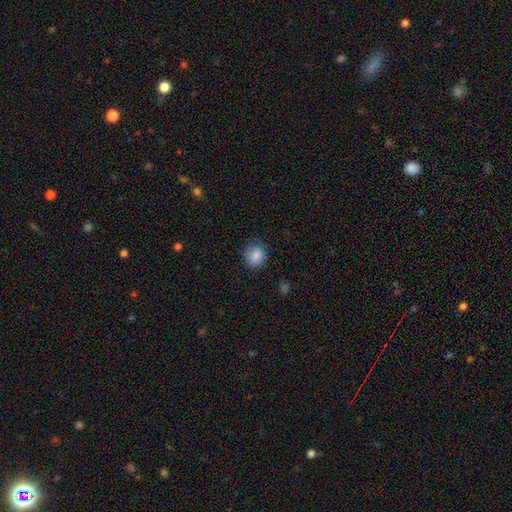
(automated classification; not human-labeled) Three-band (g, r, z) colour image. It shows a smooth galaxy with no disk features (86%) that is round (67%). Merging: none (76%).